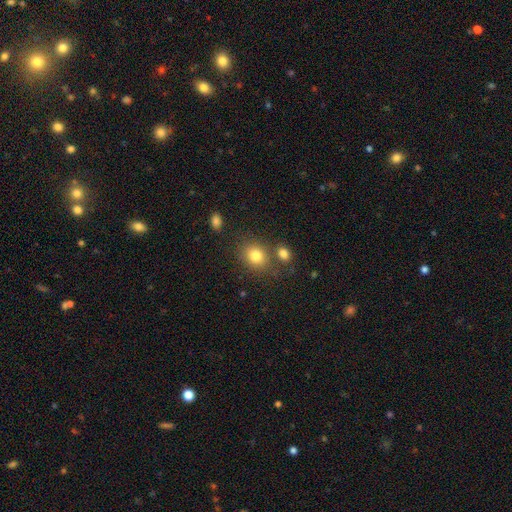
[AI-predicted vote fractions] Smooth or featured: smooth — 81% (star or artifact — 11%)
How rounded: round — 62% (in between — 37%)
Merging: none — 71% (merger — 14%)